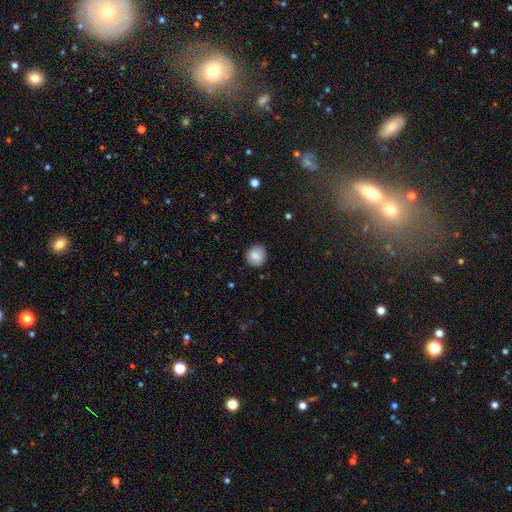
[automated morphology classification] Overall: smooth (86%). How rounded: round (87%). Merging: none (86%).